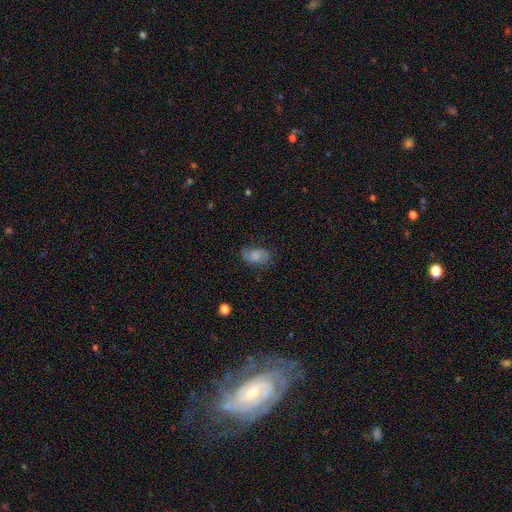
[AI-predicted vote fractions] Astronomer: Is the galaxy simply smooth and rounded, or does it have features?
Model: smooth — 64%.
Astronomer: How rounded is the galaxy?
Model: in between — 87%.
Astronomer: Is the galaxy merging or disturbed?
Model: none — 63%.